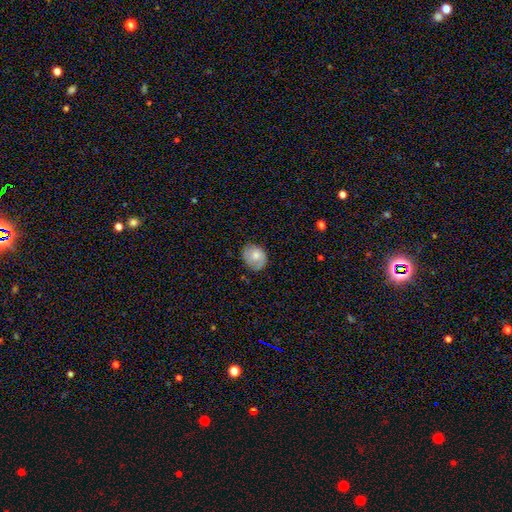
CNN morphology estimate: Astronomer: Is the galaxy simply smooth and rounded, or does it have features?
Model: smooth — 67%.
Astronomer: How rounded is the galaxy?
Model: round — 61% (runner-up: in between, 39%).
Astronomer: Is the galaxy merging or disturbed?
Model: none — 70%.